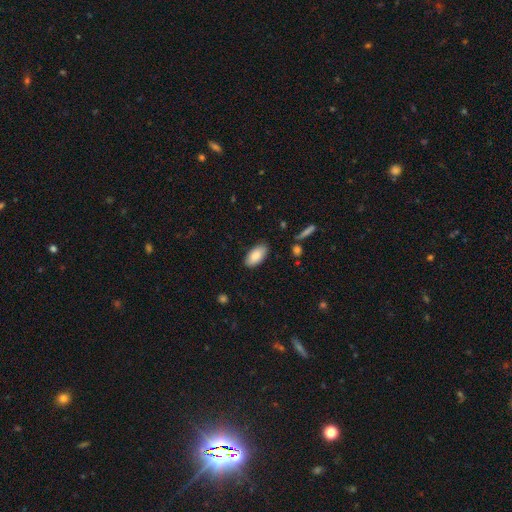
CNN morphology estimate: This is clearly a smooth galaxy (85%). How rounded: clearly in between (94%). Merging: clearly none (86%).